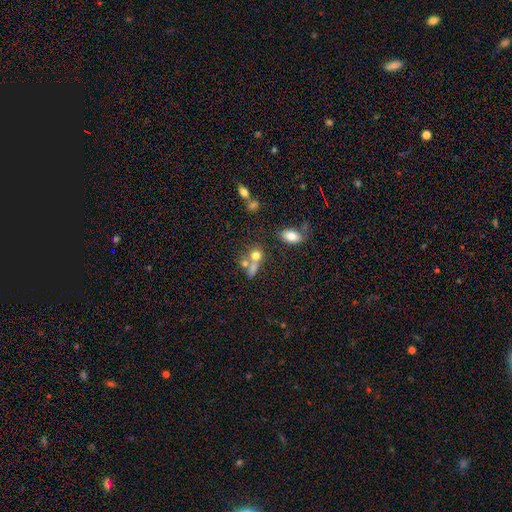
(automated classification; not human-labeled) smooth-or-featured: smooth: 67% | featured or disk: 17% | star or artifact: 16%
  how-rounded: round: 65% | in between: 31% | cigar-shaped: 5%
  merging: merger: 49% | none: 34% | minor disturbance: 9% | major disturbance: 7%